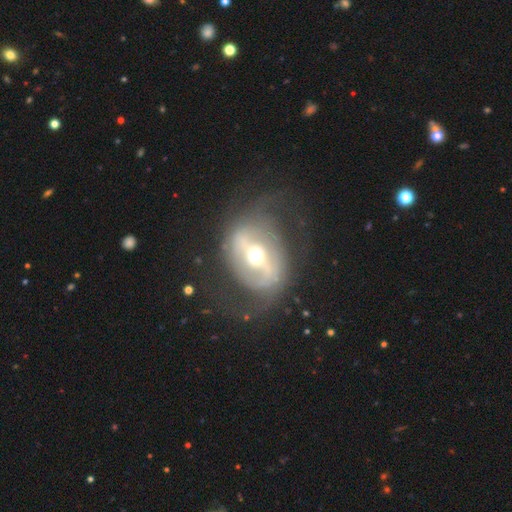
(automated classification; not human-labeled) Q: Smooth or featured?
A: featured or disk (78%); runner-up: smooth (15%)
Q: Edge-on disk?
A: no (94%); runner-up: yes (6%)
Q: Bar?
A: strong (54%); runner-up: weak (30%)
Q: Spiral arms?
A: yes (68%); runner-up: no (32%)
Q: Spiral winding?
A: medium (40%); runner-up: loose (39%)
Q: Spiral arm count?
A: 2 (79%); runner-up: can't tell (12%)
Q: Bulge size?
A: moderate (67%); runner-up: small (23%)
Q: Merging?
A: none (64%); runner-up: major disturbance (18%)